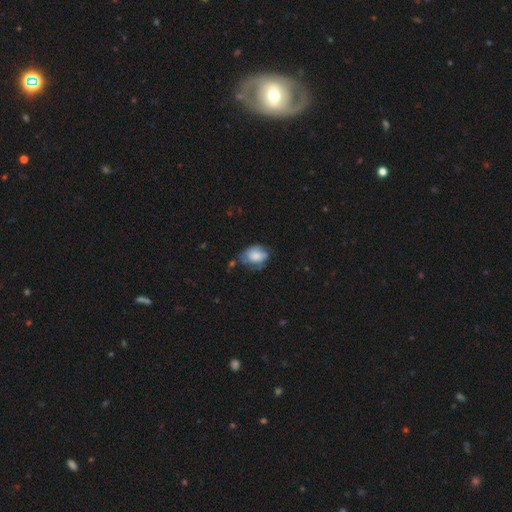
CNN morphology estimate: The model was most divided on "merging" (2-way tie): none: 37%, minor disturbance: 37%, major disturbance: 21%, merger: 5%. More confident: how rounded — in between (68%); smooth or featured — smooth (67%).